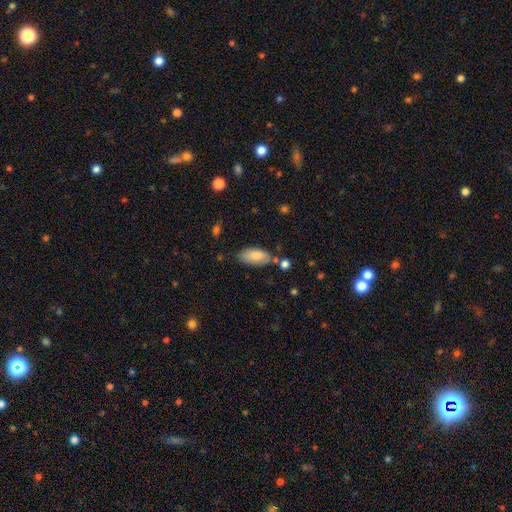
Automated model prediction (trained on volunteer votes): Q: Smooth or featured?
A: smooth (82%); runner-up: featured or disk (11%)
Q: How rounded?
A: in between (91%); runner-up: cigar-shaped (7%)
Q: Merging?
A: none (72%); runner-up: minor disturbance (18%)